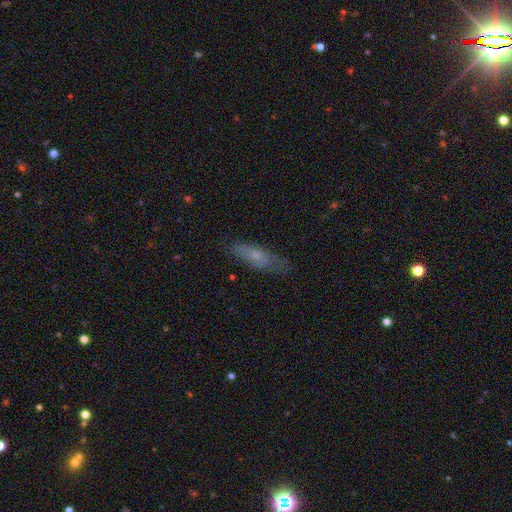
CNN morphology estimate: type=smooth (60%); roundness=cigar-shaped (53%); merging=none (67%).